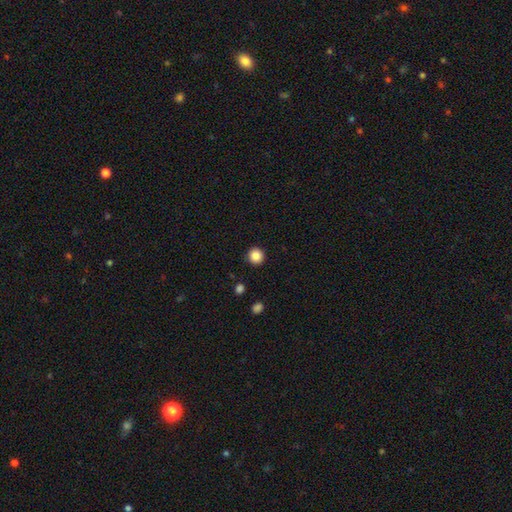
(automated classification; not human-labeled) This appears to be a smooth galaxy with no disk features (86%) that is round (95%). Merging: none (93%).